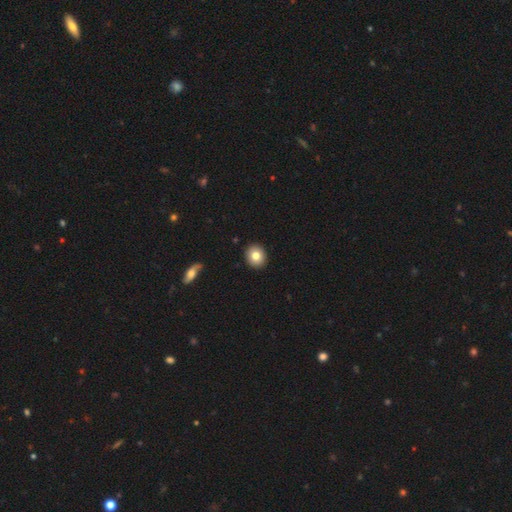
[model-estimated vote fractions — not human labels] smooth-or-featured: smooth: 81% | featured or disk: 11% | star or artifact: 9%
  how-rounded: round: 78% | in between: 21% | cigar-shaped: 1%
  merging: none: 91% | minor disturbance: 6% | major disturbance: 2% | merger: 1%